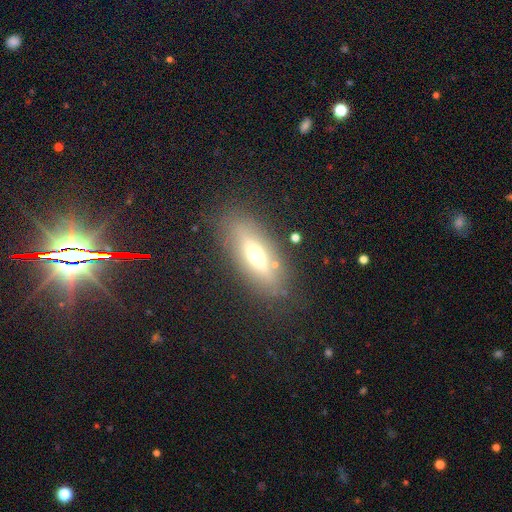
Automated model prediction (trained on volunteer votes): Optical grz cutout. It shows a smooth galaxy with no disk features (47%). Merging: none (82%).